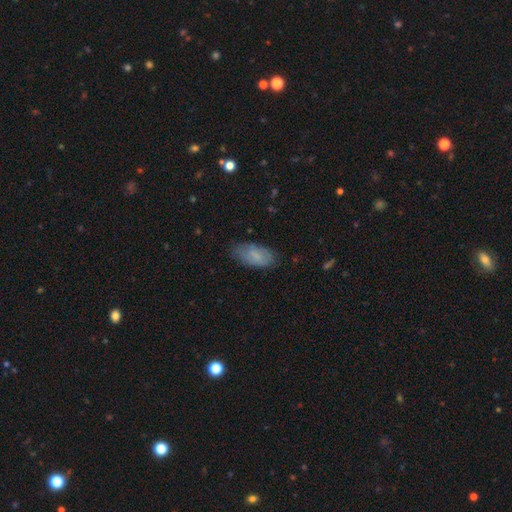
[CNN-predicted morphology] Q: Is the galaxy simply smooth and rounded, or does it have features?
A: smooth — 76%.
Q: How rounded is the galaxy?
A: in between — 91%.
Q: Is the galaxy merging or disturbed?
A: none — 76%.